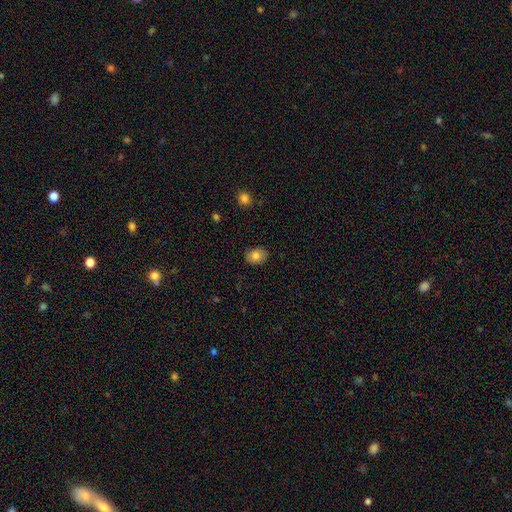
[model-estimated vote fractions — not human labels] Smooth or featured? Predicted: smooth (p=0.82). How rounded? Predicted: in between (p=0.64). Merging? Predicted: none (p=0.85).